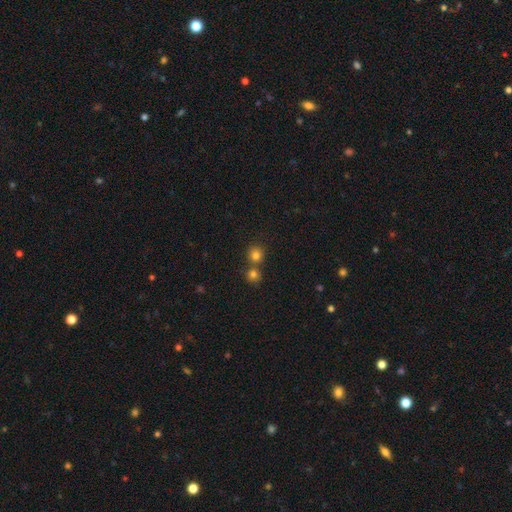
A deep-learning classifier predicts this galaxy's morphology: This is likely a smooth galaxy (79%). How rounded: clearly round (90%). Merging: likely none (62%).